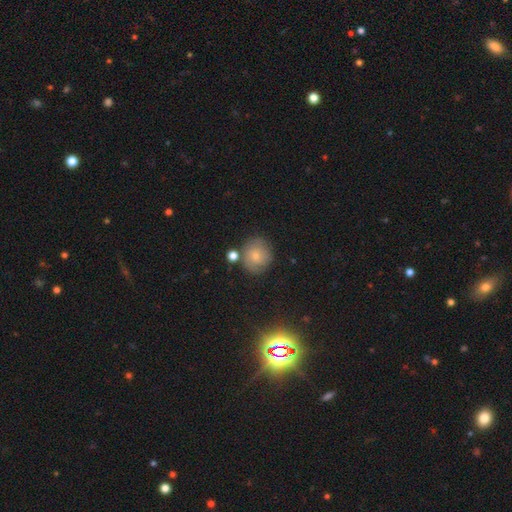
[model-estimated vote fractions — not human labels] Q: Smooth or featured?
A: smooth (65%); runner-up: featured or disk (25%)
Q: How rounded?
A: round (85%); runner-up: in between (14%)
Q: Merging?
A: none (70%); runner-up: minor disturbance (16%)